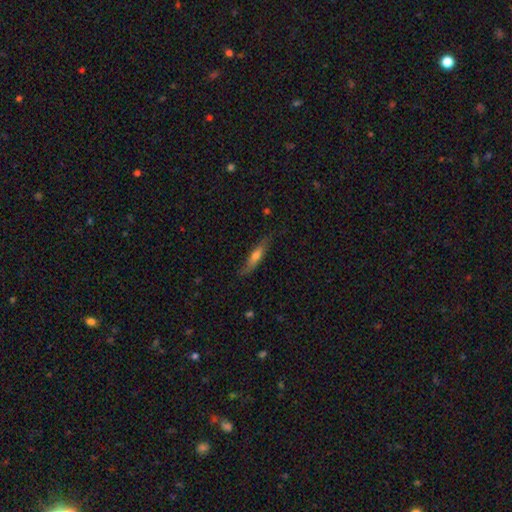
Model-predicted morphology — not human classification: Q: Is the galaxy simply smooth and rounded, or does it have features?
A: smooth — 54%.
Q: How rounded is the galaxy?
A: cigar-shaped — 82%.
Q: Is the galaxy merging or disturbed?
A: none — 77%.